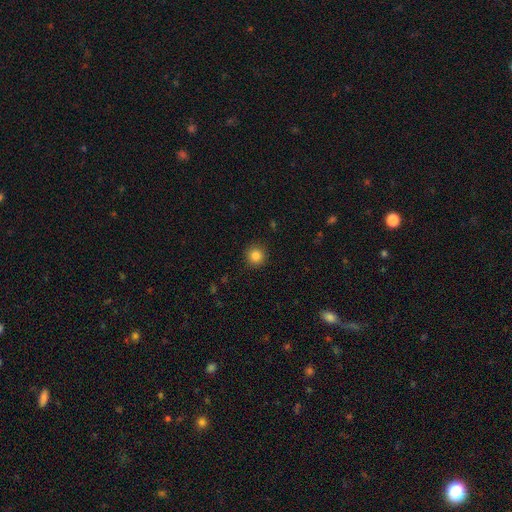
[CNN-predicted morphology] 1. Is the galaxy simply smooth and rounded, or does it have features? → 85% smooth, 11% star or artifact, 4% featured or disk.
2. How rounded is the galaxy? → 95% round, 4% in between, 1% cigar-shaped.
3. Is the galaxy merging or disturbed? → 92% none, 5% minor disturbance, 2% major disturbance, 1% merger.